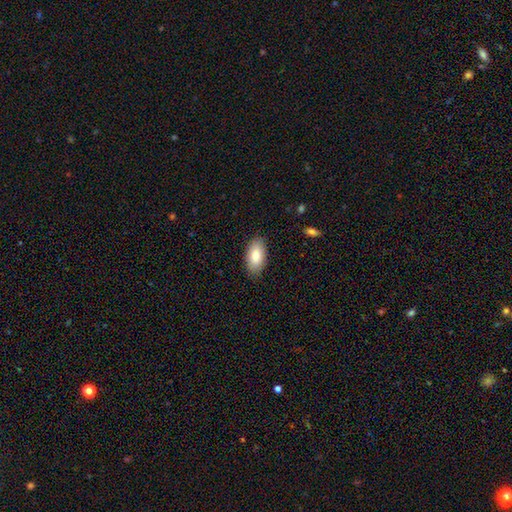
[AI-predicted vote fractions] Overall: smooth (85%). How rounded: in between (94%). Merging: none (86%).